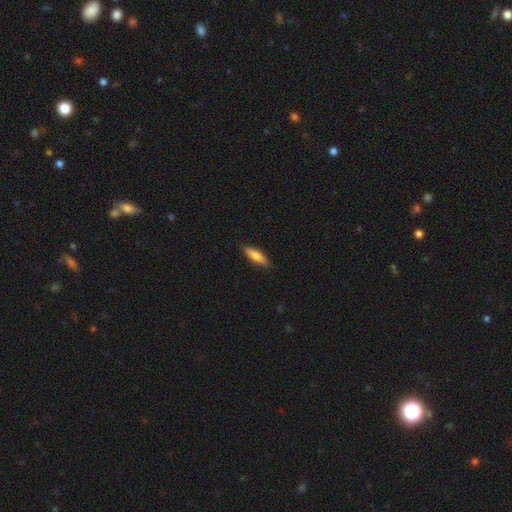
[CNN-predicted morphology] Smooth or featured?
  - smooth: 74% *
  - featured or disk: 20%
  - star or artifact: 6%
How rounded?
  - cigar-shaped: 65% *
  - in between: 34%
  - round: 2%
Merging?
  - none: 88% *
  - minor disturbance: 9%
  - major disturbance: 2%
  - merger: 1%